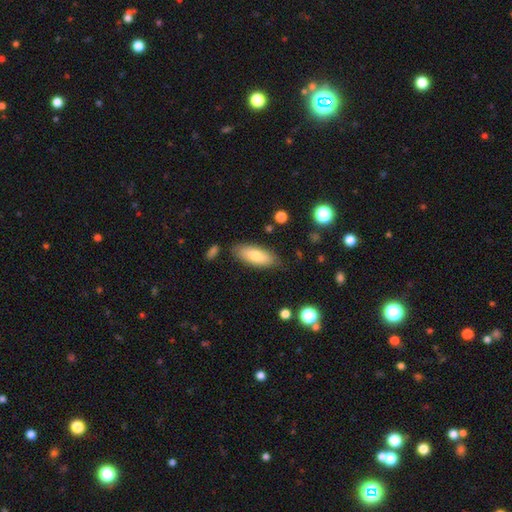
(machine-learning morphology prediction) smooth-or-featured: smooth: 78% | featured or disk: 16% | star or artifact: 6%
  how-rounded: in between: 71% | cigar-shaped: 27% | round: 2%
  merging: none: 82% | minor disturbance: 13% | major disturbance: 3% | merger: 3%